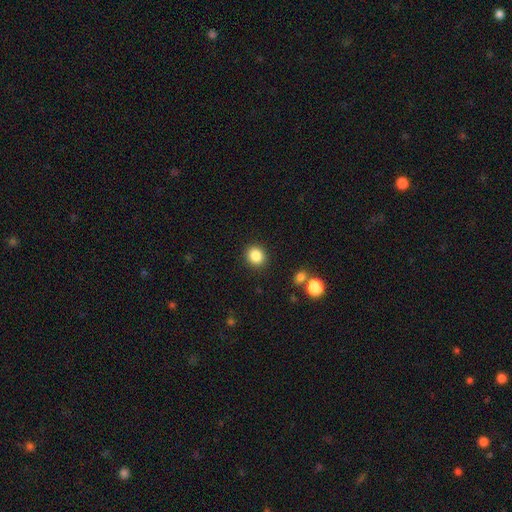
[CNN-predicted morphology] type=smooth (86%); roundness=round (78%); merging=none (89%).